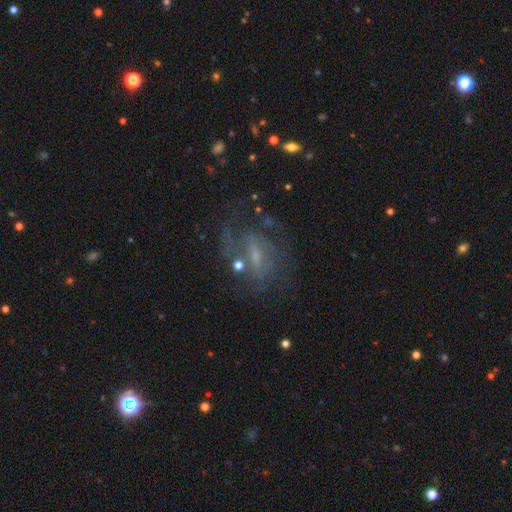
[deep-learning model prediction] Smooth or featured? Predicted: featured or disk (p=0.70). Edge-on disk? Predicted: no (p=0.94). Bar? Predicted: weak (p=0.50). Spiral arms? Predicted: yes (p=0.77). Spiral winding? Predicted: medium (p=0.45). Spiral arm count? Predicted: can't tell (p=0.40). Bulge size? Predicted: small (p=0.54). Merging? Predicted: none (p=0.58).